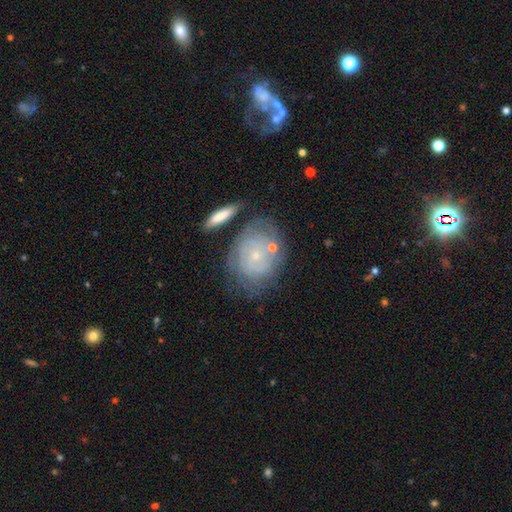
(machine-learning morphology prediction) The model was most divided on "spiral arm count": can't tell: 53%, 2: 19%, 3: 11%, 4: 7%, more than 4: 5%, 1: 5%. More confident: edge-on disk — no (96%); spiral arms — yes (86%); bulge size — small (81%); bar — no (81%); spiral winding — tight (75%); smooth or featured — featured or disk (72%); merging — none (62%).